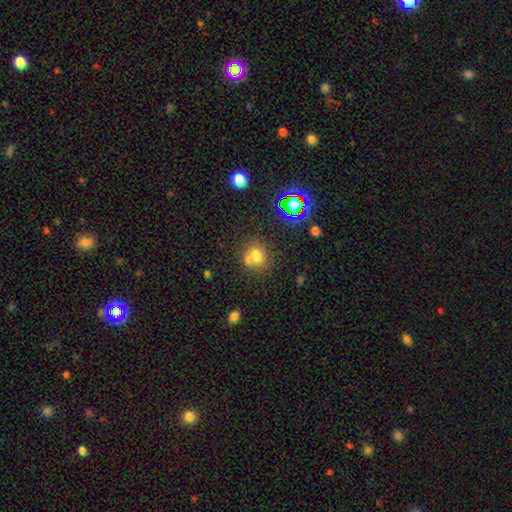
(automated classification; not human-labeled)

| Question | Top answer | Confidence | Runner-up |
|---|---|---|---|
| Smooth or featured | smooth | 69% | star or artifact (18%) |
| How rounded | round | 82% | in between (17%) |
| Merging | none | 53% | merger (32%) |